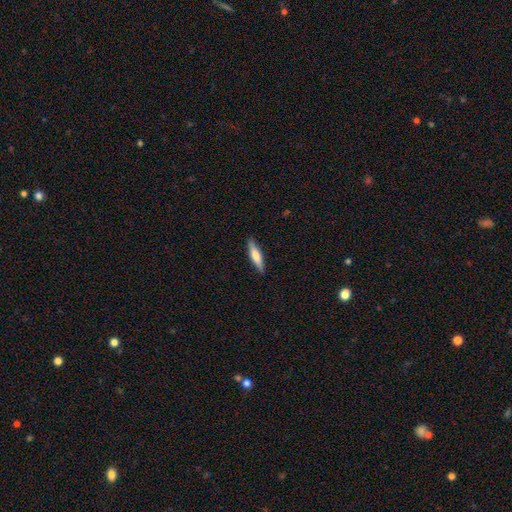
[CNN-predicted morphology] Smooth or featured: smooth — 61% (featured or disk — 33%)
How rounded: cigar-shaped — 76% (in between — 22%)
Merging: none — 88% (minor disturbance — 9%)